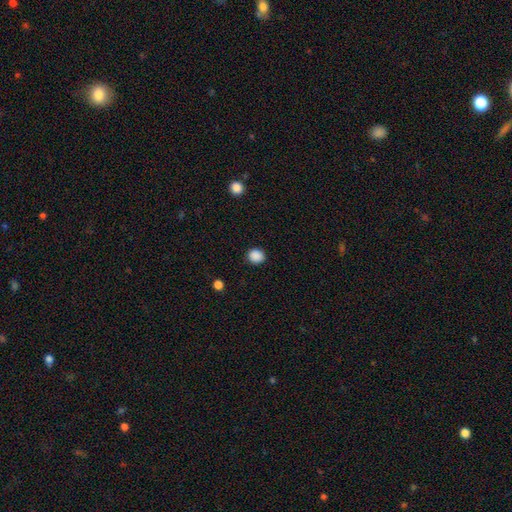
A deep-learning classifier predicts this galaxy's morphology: Overall: smooth (88%). How rounded: round (84%). Merging: none (90%).